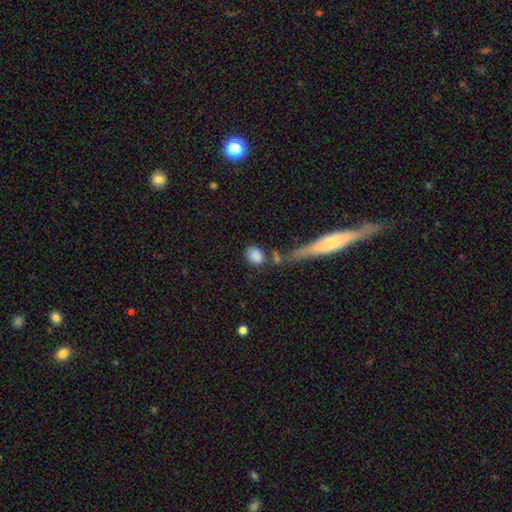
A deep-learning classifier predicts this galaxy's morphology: The model was most divided on "how rounded": in between: 55%, round: 41%, cigar-shaped: 4%. More confident: smooth or featured — smooth (86%); merging — none (65%).